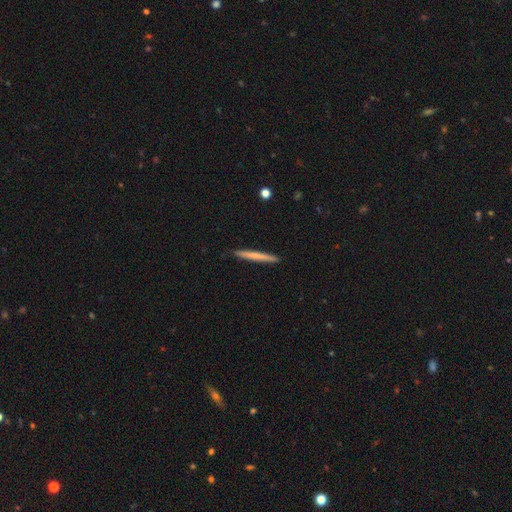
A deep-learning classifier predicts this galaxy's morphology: Q: Smooth or featured?
A: smooth (61%); runner-up: featured or disk (34%)
Q: How rounded?
A: cigar-shaped (97%); runner-up: in between (2%)
Q: Merging?
A: none (91%); runner-up: minor disturbance (6%)